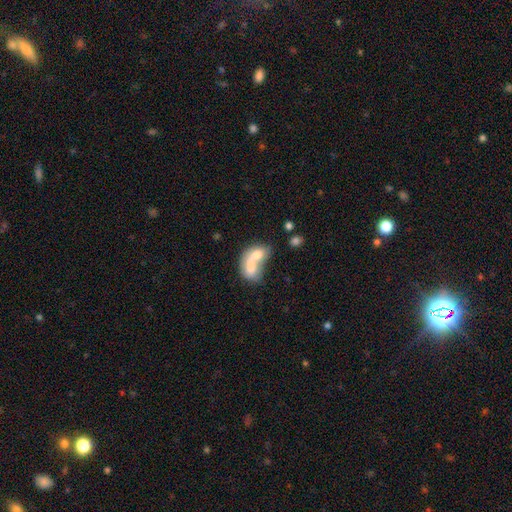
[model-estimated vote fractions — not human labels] Q: Smooth or featured?
A: smooth (58%); runner-up: featured or disk (31%)
Q: How rounded?
A: in between (77%); runner-up: round (18%)
Q: Merging?
A: merger (70%); runner-up: none (16%)